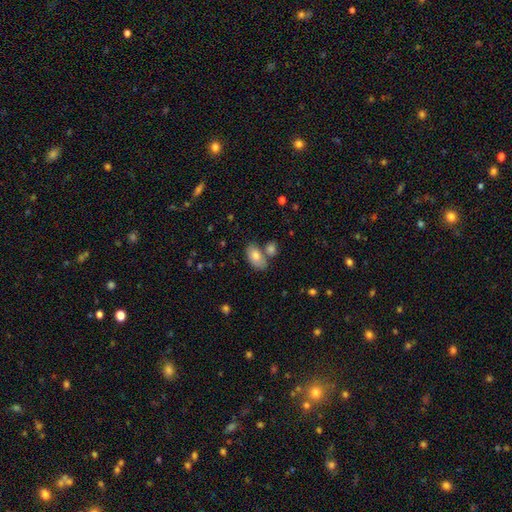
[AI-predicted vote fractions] Smooth or featured? smooth (79%)
How rounded? in between (92%)
Merging? none (55%)